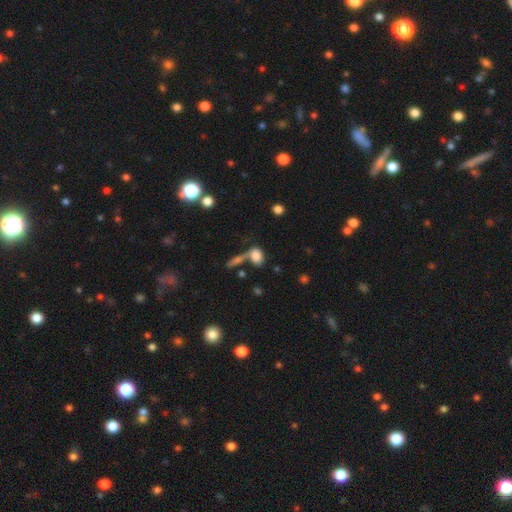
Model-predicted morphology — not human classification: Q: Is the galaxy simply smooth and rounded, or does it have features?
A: smooth — 79%.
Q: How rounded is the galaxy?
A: in between — 73%.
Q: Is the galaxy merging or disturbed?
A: none — 44%.